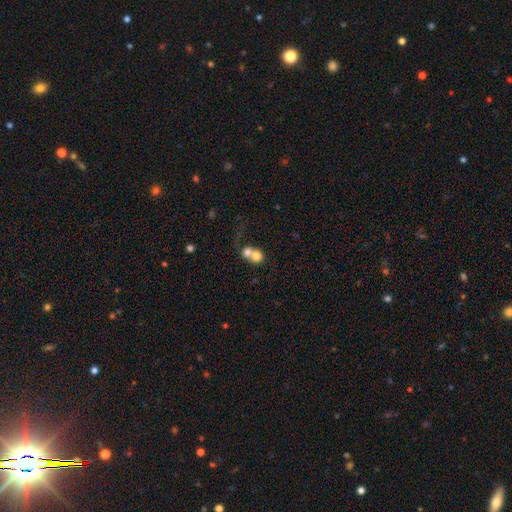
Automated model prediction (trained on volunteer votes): A smooth galaxy with no disk features (72%) that is round (73%). Merging: merger (73%).